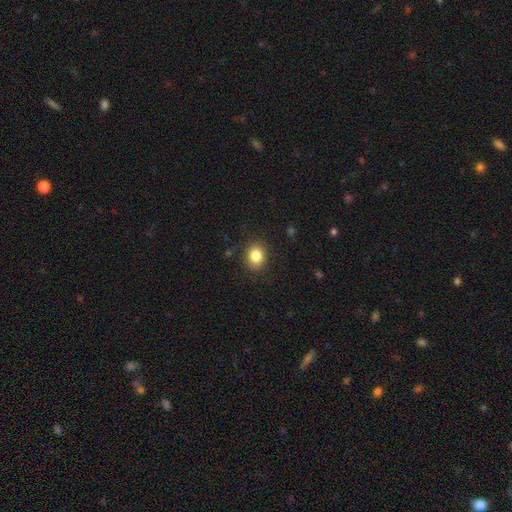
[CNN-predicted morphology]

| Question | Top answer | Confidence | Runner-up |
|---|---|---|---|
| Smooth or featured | smooth | 85% | star or artifact (10%) |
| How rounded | round | 66% | in between (33%) |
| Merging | none | 87% | minor disturbance (9%) |